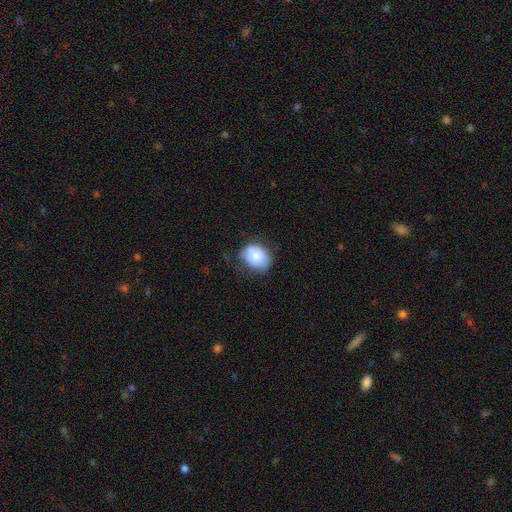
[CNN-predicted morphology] Smooth or featured?
  - smooth: 72% *
  - featured or disk: 20%
  - star or artifact: 8%
How rounded?
  - in between: 58% *
  - round: 42%
  - cigar-shaped: 1%
Merging?
  - none: 55% *
  - minor disturbance: 32%
  - major disturbance: 10%
  - merger: 3%